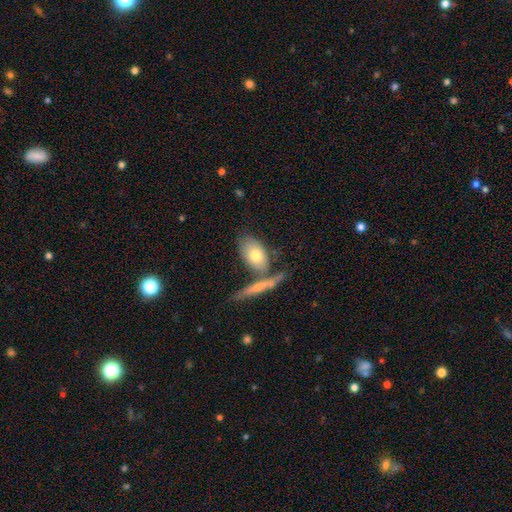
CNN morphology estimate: The model was most divided on "merging": none: 52%, merger: 28%, minor disturbance: 15%, major disturbance: 5%. More confident: how rounded — in between (82%); smooth or featured — smooth (71%).